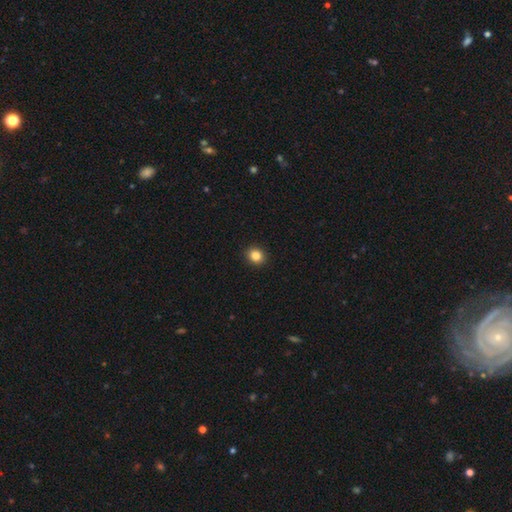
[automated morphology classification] Smooth or featured? Predicted: smooth (p=0.85). How rounded? Predicted: round (p=0.80). Merging? Predicted: none (p=0.92).